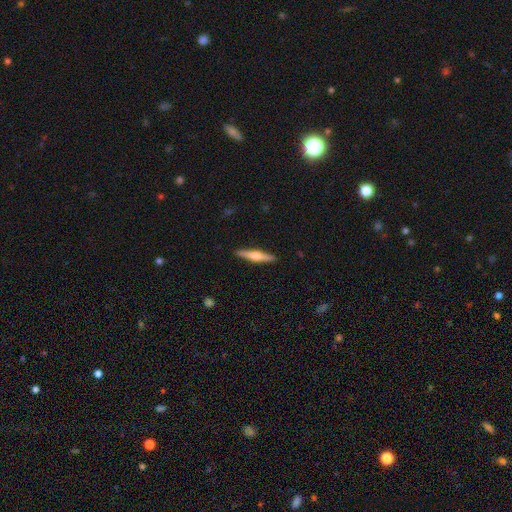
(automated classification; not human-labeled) smooth-or-featured: featured or disk: 56% | smooth: 39% | star or artifact: 5%
  disk-edge-on: yes: 97% | no: 3%
    edge-on-bulge: rounded: 88% | boxy: 7% | none: 5%
  merging: none: 91% | minor disturbance: 6% | major disturbance: 1% | merger: 1%